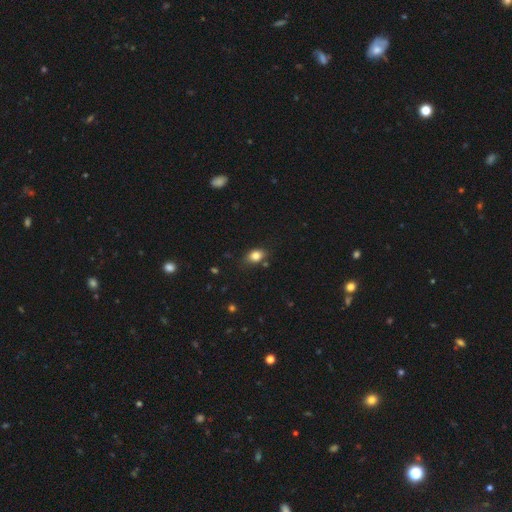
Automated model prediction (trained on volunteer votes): This appears to be a smooth galaxy with no disk features (82%) that is in between round and cigar-shaped (73%). Merging: none (76%).